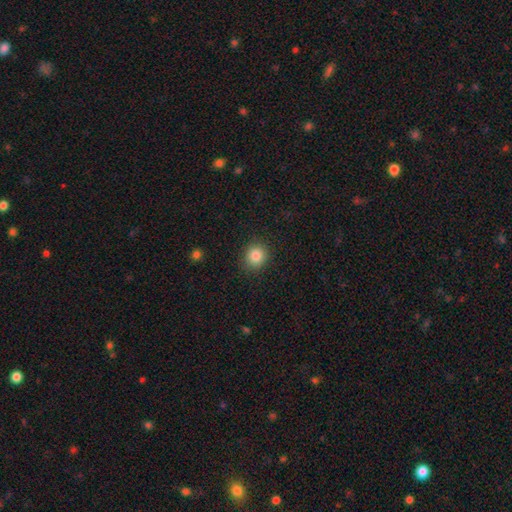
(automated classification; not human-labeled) Q: Smooth or featured?
A: smooth (85%); runner-up: star or artifact (10%)
Q: How rounded?
A: round (83%); runner-up: in between (16%)
Q: Merging?
A: none (89%); runner-up: minor disturbance (7%)